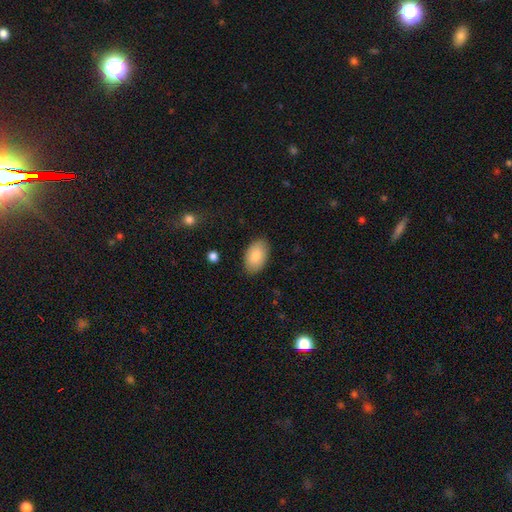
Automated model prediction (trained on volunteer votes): Morphology: type=smooth (85%); roundness=in between (93%); merging=none (86%).